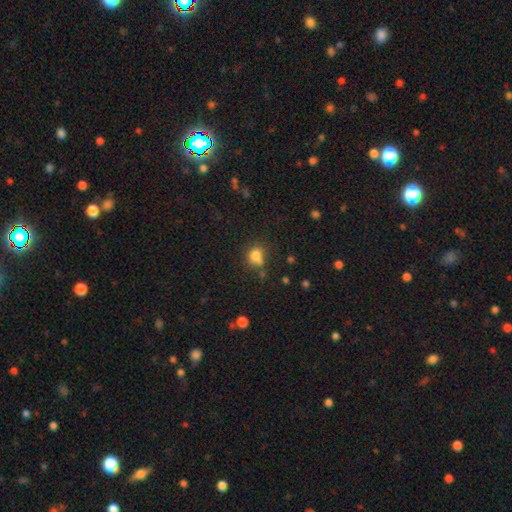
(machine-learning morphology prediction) The model was most divided on "how rounded": round: 66%, in between: 33%, cigar-shaped: 1%. More confident: smooth or featured — smooth (80%); merging — none (55%).